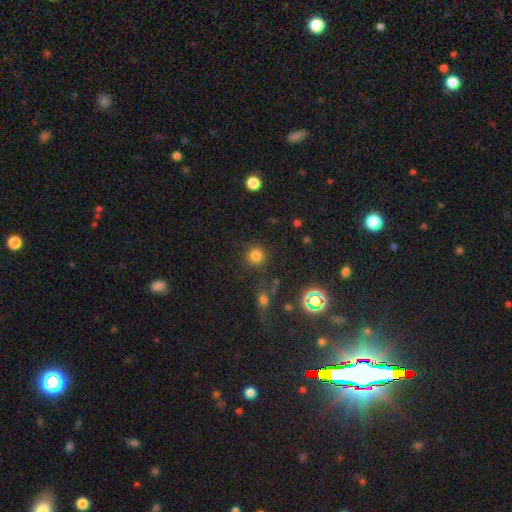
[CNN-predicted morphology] This is likely a smooth galaxy (78%). How rounded: clearly round (93%). Merging: clearly none (81%).